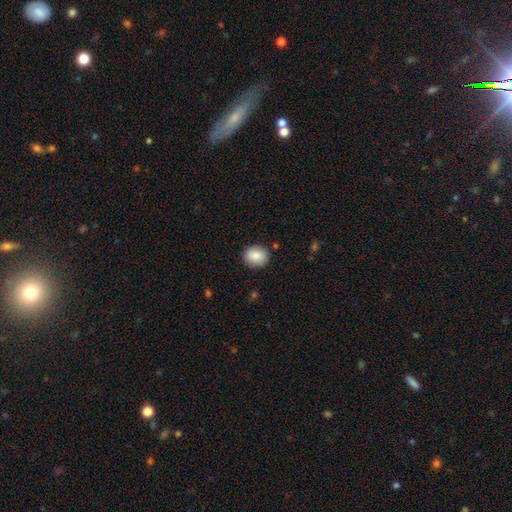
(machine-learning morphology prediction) A smooth galaxy with no disk features (88%) that is round (60%).

Vote fractions:
- Smooth or featured? smooth: 88% / star or artifact: 8% / featured or disk: 5%
- How rounded? round: 60% / in between: 39% / cigar-shaped: 1%
- Merging? none: 86% / minor disturbance: 10% / major disturbance: 2% / merger: 1%